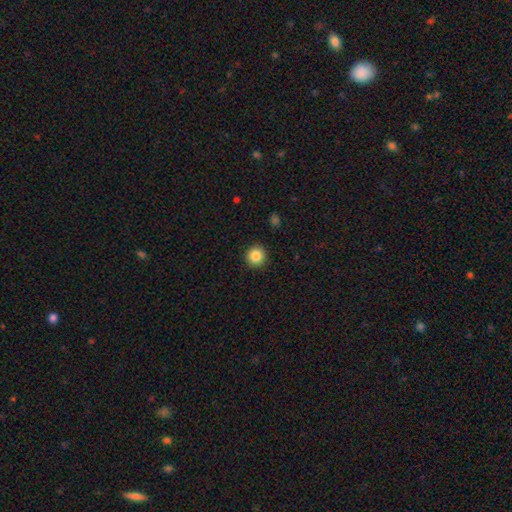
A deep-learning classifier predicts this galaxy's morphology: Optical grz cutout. It shows a smooth galaxy with no disk features (86%) that is round (95%). Merging: none (92%).